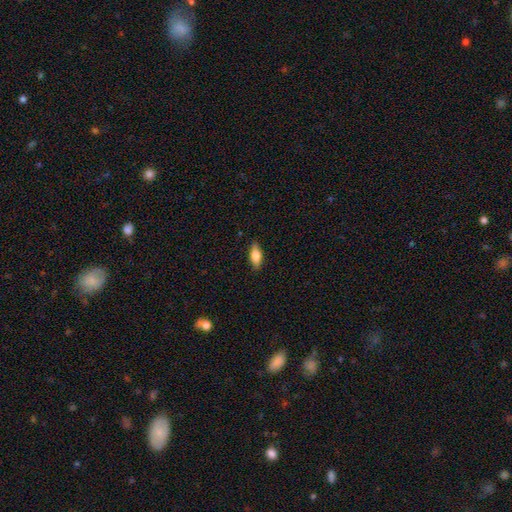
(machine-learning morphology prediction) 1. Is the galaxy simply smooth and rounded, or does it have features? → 75% smooth, 18% featured or disk, 7% star or artifact.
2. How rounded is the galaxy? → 76% in between, 21% cigar-shaped, 3% round.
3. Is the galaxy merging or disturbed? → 87% none, 10% minor disturbance, 2% major disturbance, 1% merger.